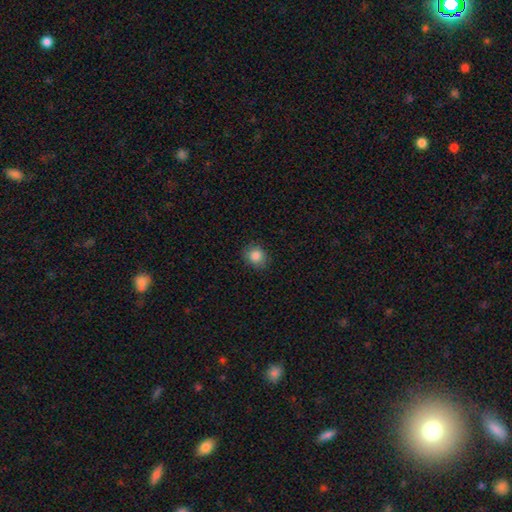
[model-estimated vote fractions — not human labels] Smooth or featured?
  - smooth: 86% *
  - star or artifact: 10%
  - featured or disk: 4%
How rounded?
  - round: 76% *
  - in between: 23%
  - cigar-shaped: 1%
Merging?
  - none: 86% *
  - minor disturbance: 10%
  - major disturbance: 3%
  - merger: 1%